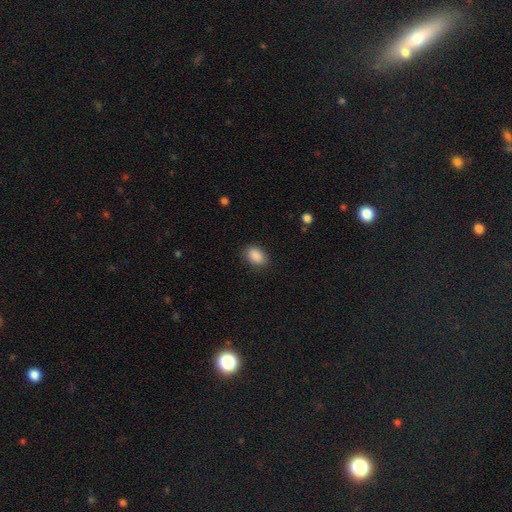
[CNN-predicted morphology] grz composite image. It shows a smooth galaxy with no disk features (89%) that is in between round and cigar-shaped (79%). Merging: none (86%).